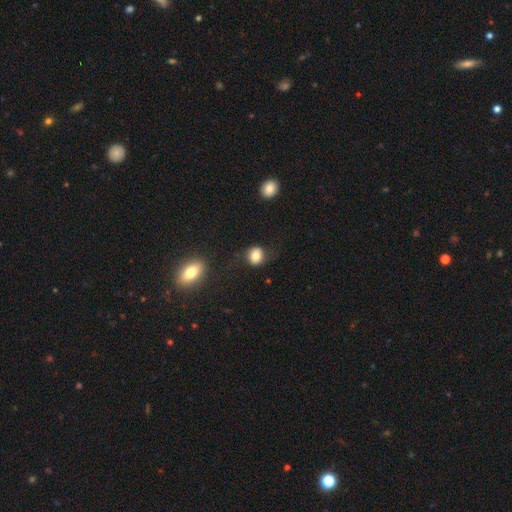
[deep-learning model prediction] Smooth or featured?
  - smooth: 79% *
  - featured or disk: 11%
  - star or artifact: 10%
How rounded?
  - round: 71% *
  - in between: 28%
  - cigar-shaped: 1%
Merging?
  - none: 69% *
  - minor disturbance: 20%
  - major disturbance: 8%
  - merger: 3%